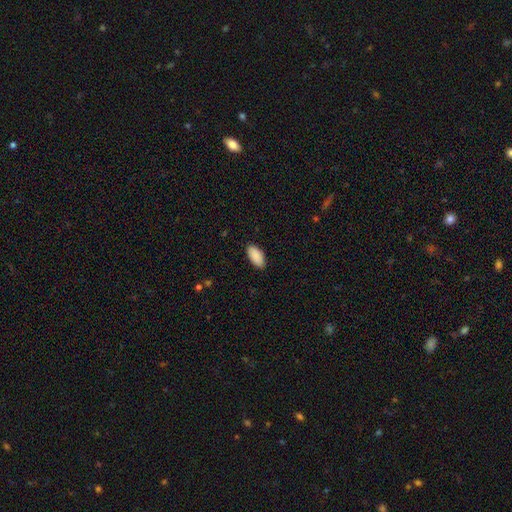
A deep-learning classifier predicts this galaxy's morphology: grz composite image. It shows a smooth galaxy with no disk features (91%) that is in between round and cigar-shaped (93%). Merging: none (89%).